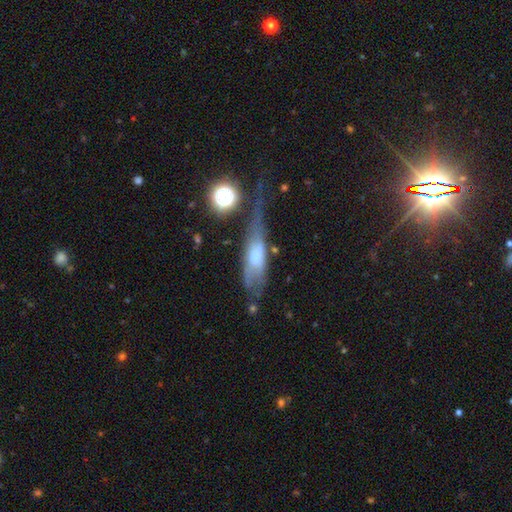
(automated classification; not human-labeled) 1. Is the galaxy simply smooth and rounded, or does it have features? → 47% featured or disk, 42% smooth, 11% star or artifact.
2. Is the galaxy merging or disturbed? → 35% major disturbance, 29% minor disturbance, 28% none, 7% merger.